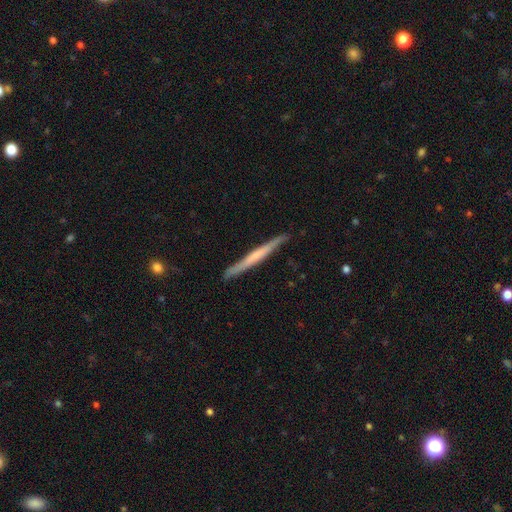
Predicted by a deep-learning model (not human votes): smooth_or_featured: featured or disk (p=0.56) [alt: smooth p=0.38]
disk_edge_on: yes (p=0.97) [alt: no p=0.03]
edge_on_bulge: none (p=0.65) [alt: rounded p=0.23]
merging: none (p=0.88) [alt: minor disturbance p=0.09]